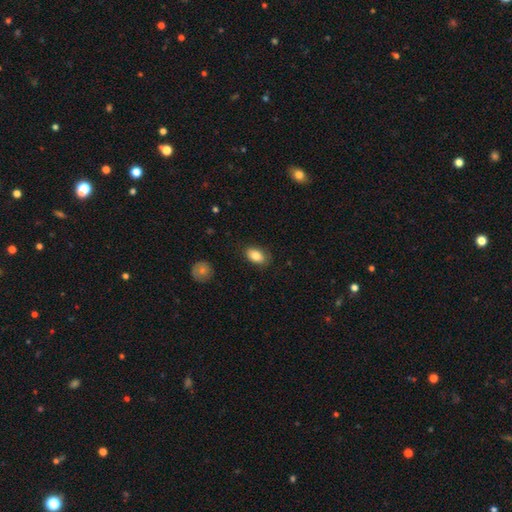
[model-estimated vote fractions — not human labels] A smooth galaxy with no disk features (84%) that is in between round and cigar-shaped (89%). Merging: none (83%).